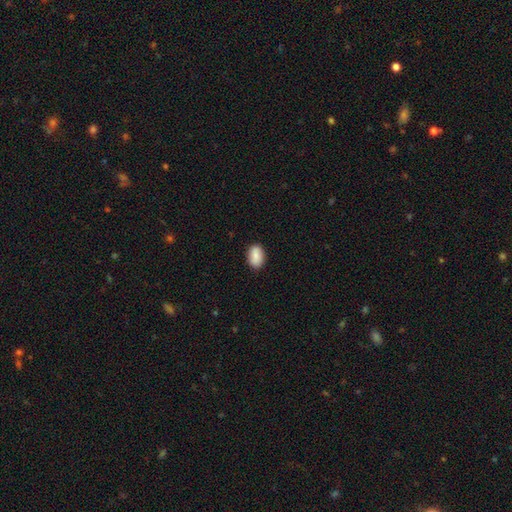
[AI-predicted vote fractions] smooth-or-featured: smooth: 86% | featured or disk: 7% | star or artifact: 7%
  how-rounded: in between: 88% | round: 10% | cigar-shaped: 2%
  merging: none: 87% | minor disturbance: 10% | major disturbance: 2% | merger: 1%